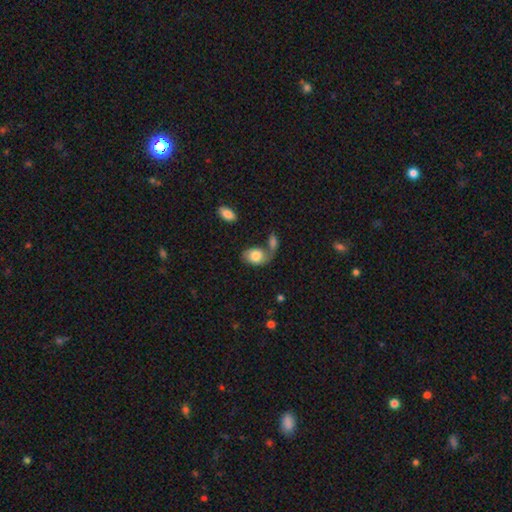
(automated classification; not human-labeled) A smooth galaxy with no disk features (73%) that is in between round and cigar-shaped (81%).

Vote fractions:
- Smooth or featured? smooth: 73% / featured or disk: 20% / star or artifact: 7%
- How rounded? in between: 81% / round: 18% / cigar-shaped: 1%
- Merging? merger: 37% / none: 34% / minor disturbance: 16% / major disturbance: 13%